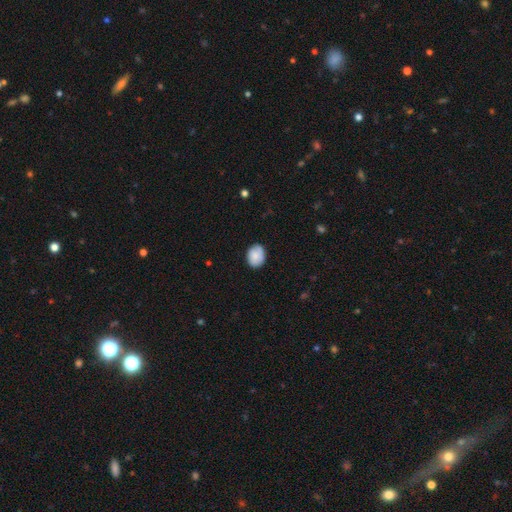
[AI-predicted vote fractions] smooth_or_featured: smooth (p=0.79) [alt: featured or disk p=0.14]
how_rounded: in between (p=0.63) [alt: round p=0.36]
merging: none (p=0.76) [alt: minor disturbance p=0.20]